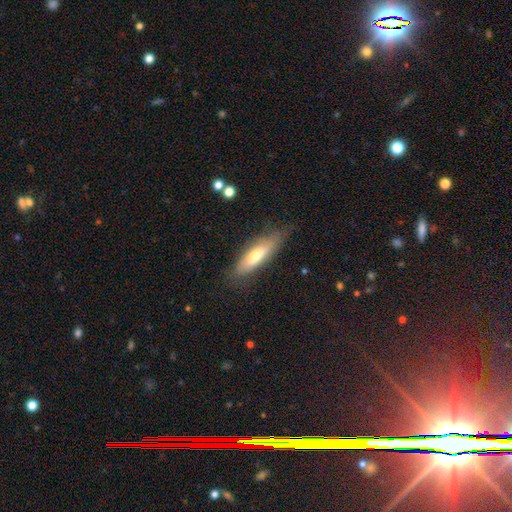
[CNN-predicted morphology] Smooth or featured: smooth — 62% (featured or disk — 31%)
How rounded: cigar-shaped — 60% (in between — 39%)
Merging: none — 75% (minor disturbance — 19%)